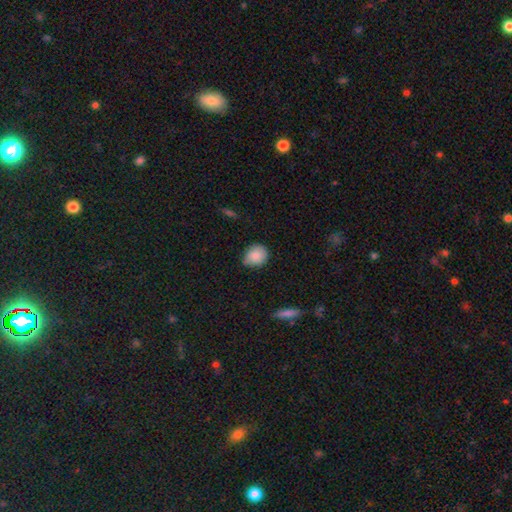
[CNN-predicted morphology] type=smooth (85%); roundness=round (80%); merging=none (70%).